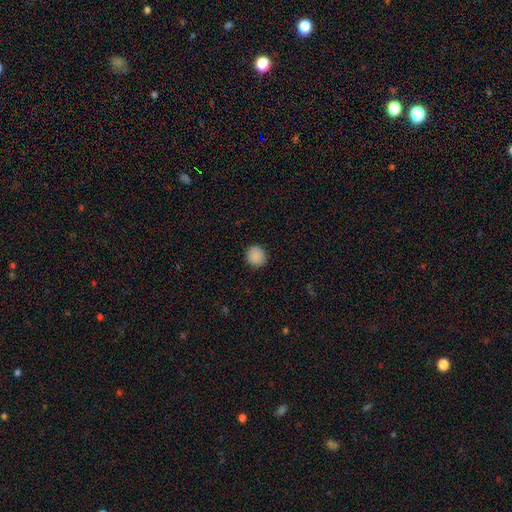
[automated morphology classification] Q: Smooth or featured?
A: smooth (89%); runner-up: star or artifact (8%)
Q: How rounded?
A: round (88%); runner-up: in between (11%)
Q: Merging?
A: none (89%); runner-up: minor disturbance (8%)